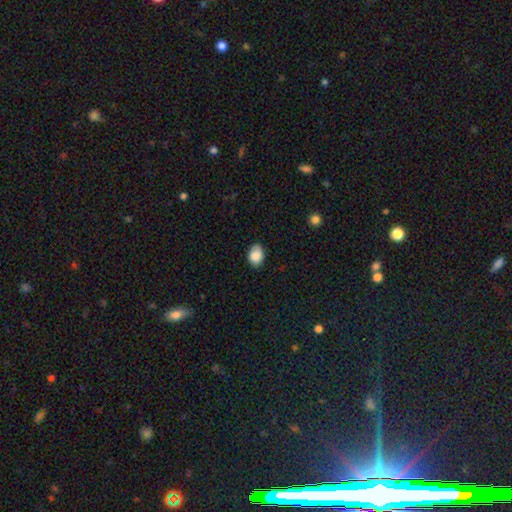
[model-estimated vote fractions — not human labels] Q: Smooth or featured?
A: smooth (86%); runner-up: star or artifact (8%)
Q: How rounded?
A: in between (77%); runner-up: round (22%)
Q: Merging?
A: none (75%); runner-up: minor disturbance (20%)